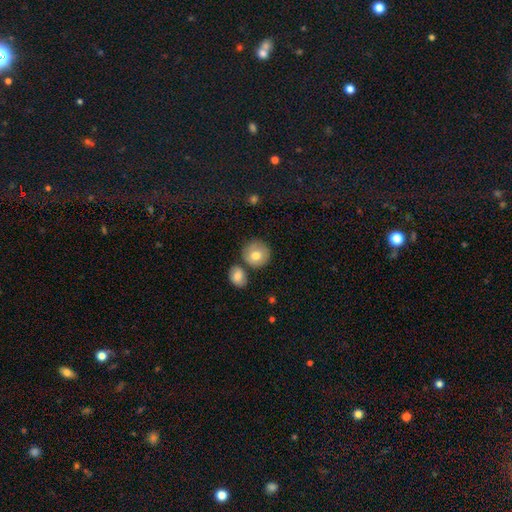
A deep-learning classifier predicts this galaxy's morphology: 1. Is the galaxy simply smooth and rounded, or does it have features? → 76% smooth, 16% featured or disk, 8% star or artifact.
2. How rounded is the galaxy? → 89% round, 10% in between, 1% cigar-shaped.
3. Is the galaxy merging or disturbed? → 69% none, 16% merger, 12% minor disturbance, 3% major disturbance.